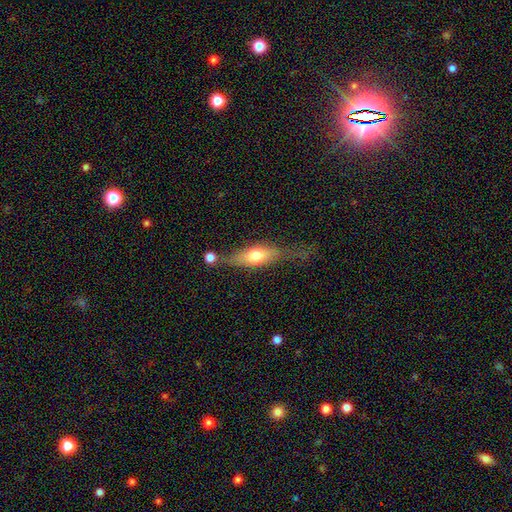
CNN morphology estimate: This appears to be a smooth galaxy with no disk features (54%) that is in between round and cigar-shaped (55%). Merging: none (47%).